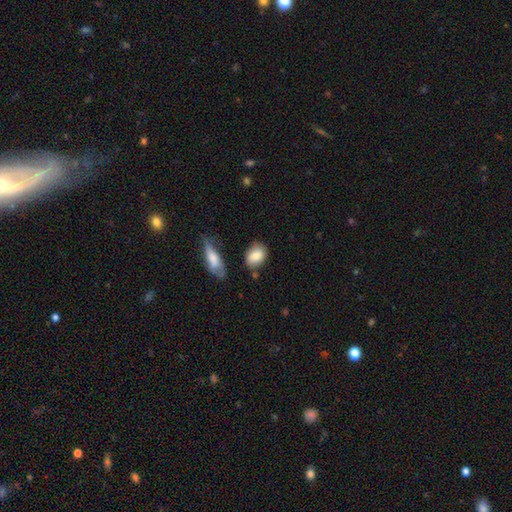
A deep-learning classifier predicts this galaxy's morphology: A smooth galaxy with no disk features (83%) that is in between round and cigar-shaped (72%). Merging: none (68%).